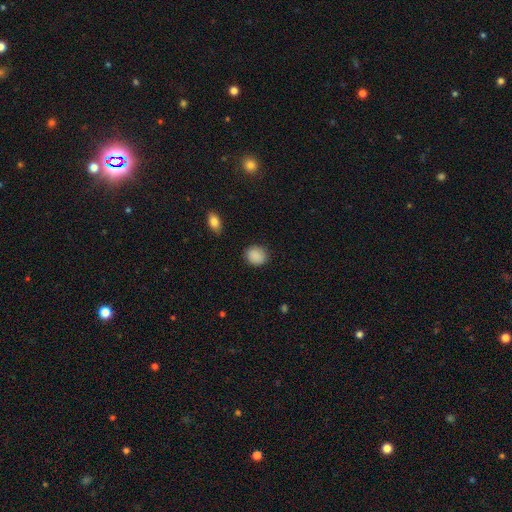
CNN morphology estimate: smooth_or_featured: smooth (p=0.89) [alt: star or artifact p=0.08]
how_rounded: round (p=0.72) [alt: in between p=0.27]
merging: none (p=0.86) [alt: minor disturbance p=0.10]